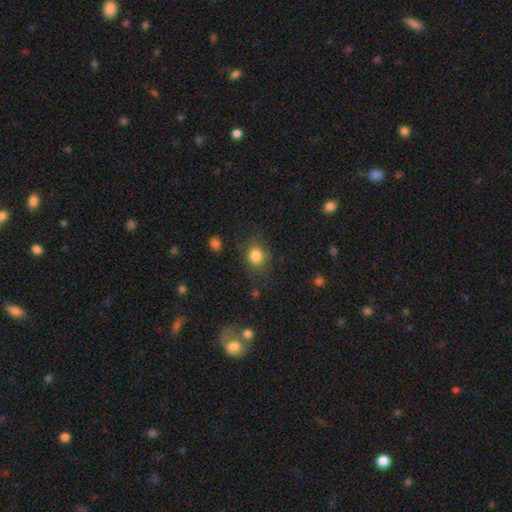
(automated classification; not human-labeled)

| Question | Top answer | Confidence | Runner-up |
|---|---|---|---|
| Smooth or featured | smooth | 83% | star or artifact (10%) |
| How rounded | round | 65% | in between (34%) |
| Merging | none | 74% | minor disturbance (17%) |